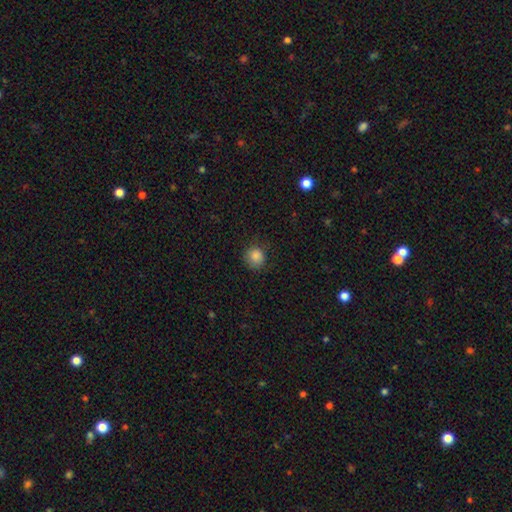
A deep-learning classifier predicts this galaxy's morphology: Smooth or featured?
  - smooth: 85% *
  - star or artifact: 11%
  - featured or disk: 4%
How rounded?
  - round: 84% *
  - in between: 15%
  - cigar-shaped: 1%
Merging?
  - none: 77% *
  - minor disturbance: 17%
  - major disturbance: 5%
  - merger: 1%